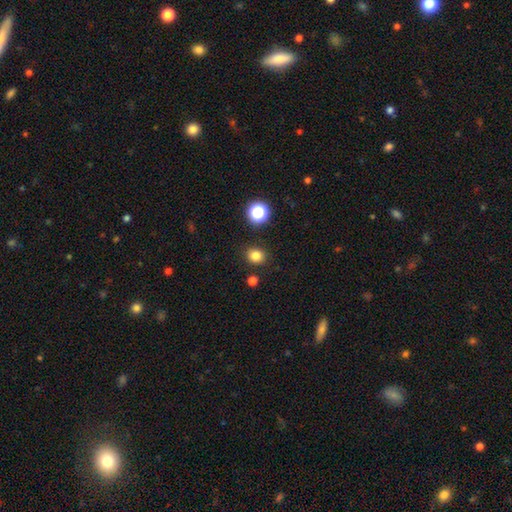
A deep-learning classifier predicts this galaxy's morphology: Smooth or featured? smooth (81%)
How rounded? round (69%)
Merging? none (87%)